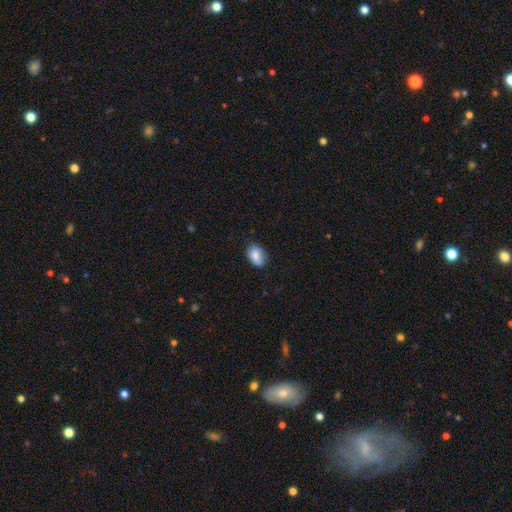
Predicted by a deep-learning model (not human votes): Q: Smooth or featured?
A: smooth (84%); runner-up: featured or disk (9%)
Q: How rounded?
A: in between (82%); runner-up: round (17%)
Q: Merging?
A: none (75%); runner-up: minor disturbance (21%)